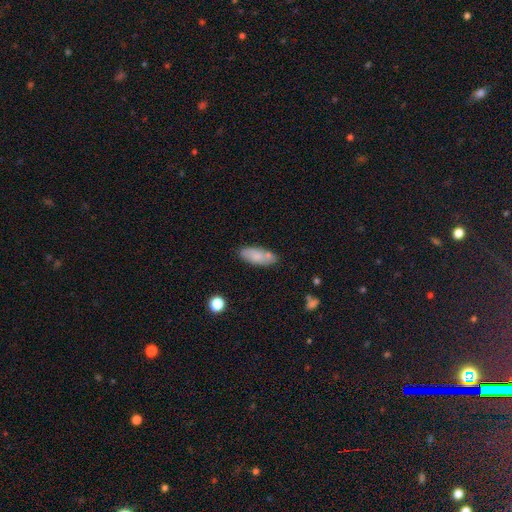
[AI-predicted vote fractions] Smooth or featured? smooth (80%)
How rounded? in between (80%)
Merging? none (72%)